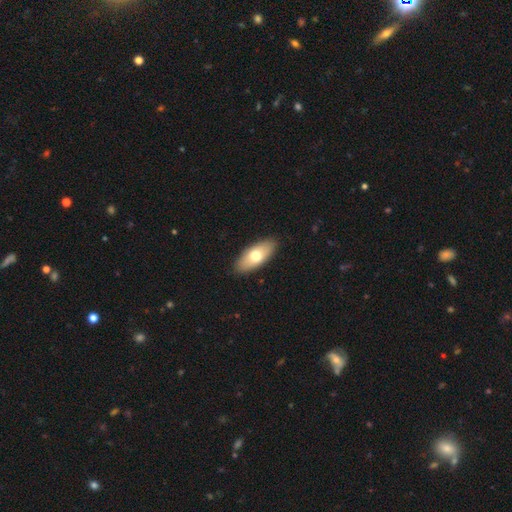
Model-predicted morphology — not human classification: Q: Smooth or featured?
A: smooth (69%); runner-up: featured or disk (26%)
Q: How rounded?
A: in between (85%); runner-up: cigar-shaped (12%)
Q: Merging?
A: none (89%); runner-up: minor disturbance (8%)